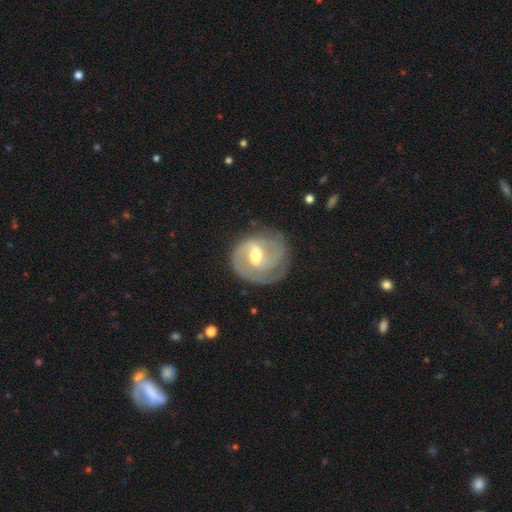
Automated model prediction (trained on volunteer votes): smooth_or_featured: featured or disk (p=0.83) [alt: smooth p=0.12]
disk_edge_on: no (p=0.97) [alt: yes p=0.03]
bar: weak (p=0.55) [alt: strong p=0.26]
has_spiral_arms: yes (p=0.93) [alt: no p=0.07]
spiral_winding: tight (p=0.49) [alt: medium p=0.38]
spiral_arm_count: 2 (p=0.53) [alt: can't tell p=0.17]
bulge_size: moderate (p=0.68) [alt: small p=0.24]
merging: none (p=0.72) [alt: minor disturbance p=0.19]